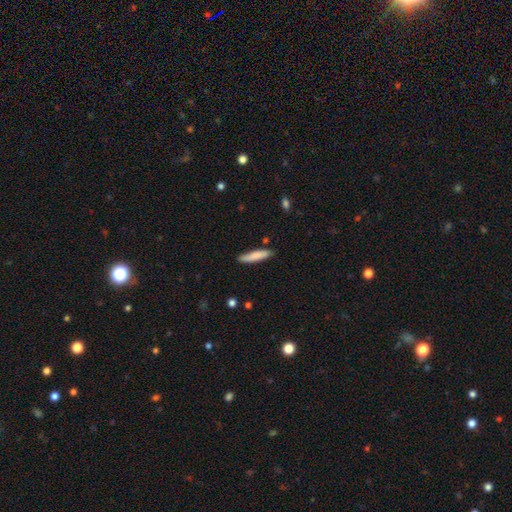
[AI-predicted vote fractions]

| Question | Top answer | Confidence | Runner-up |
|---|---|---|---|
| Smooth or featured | smooth | 81% | featured or disk (14%) |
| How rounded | cigar-shaped | 84% | in between (15%) |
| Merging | none | 81% | minor disturbance (14%) |